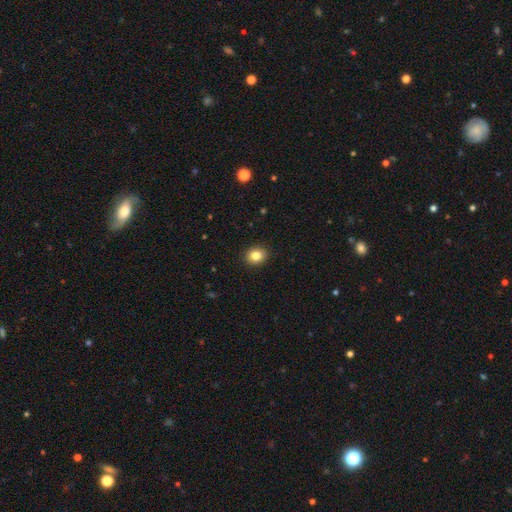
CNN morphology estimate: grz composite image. It shows a smooth galaxy with no disk features (83%) that is round (63%). Merging: none (91%).